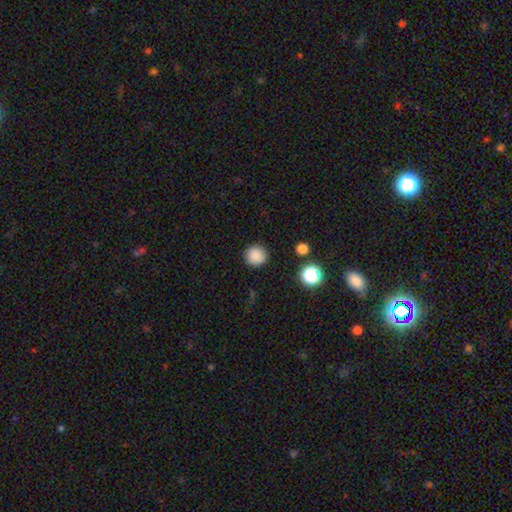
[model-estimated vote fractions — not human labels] smooth 85%, star or artifact 11%, featured or disk 4%. Down the decision tree: how rounded — round (94%); merging — none (89%).